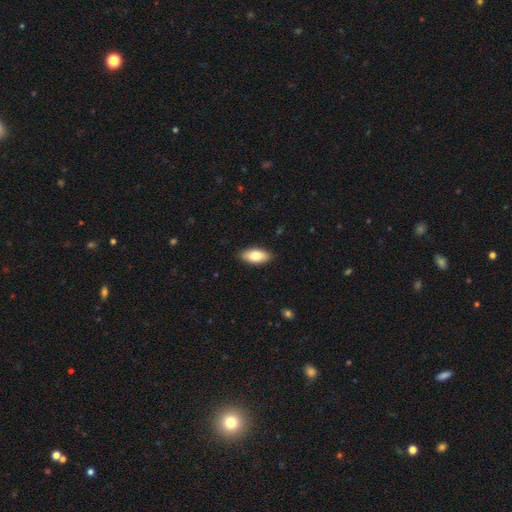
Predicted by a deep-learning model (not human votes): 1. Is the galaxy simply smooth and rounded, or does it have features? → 81% smooth, 14% featured or disk, 6% star or artifact.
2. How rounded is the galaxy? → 89% in between, 8% cigar-shaped, 2% round.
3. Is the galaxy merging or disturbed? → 89% none, 8% minor disturbance, 2% major disturbance, 1% merger.